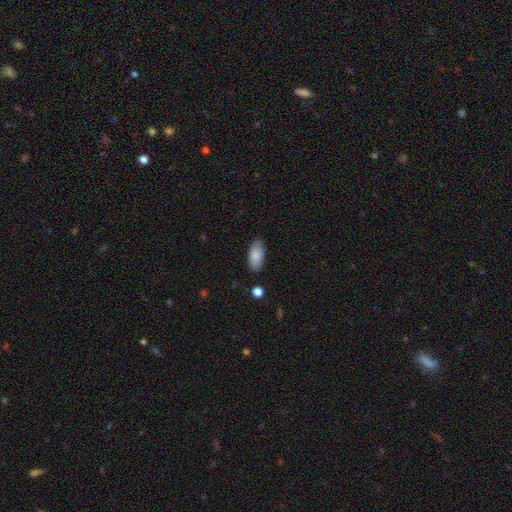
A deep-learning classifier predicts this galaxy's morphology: The model was most divided on "merging": none: 83%, minor disturbance: 13%, major disturbance: 3%, merger: 2%. More confident: how rounded — in between (91%); smooth or featured — smooth (85%).